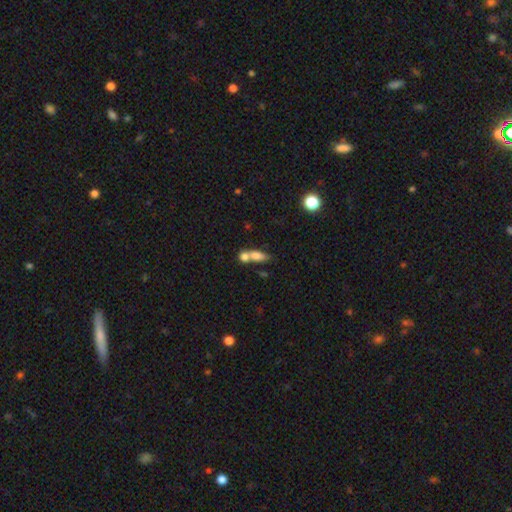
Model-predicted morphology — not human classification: This appears to be a smooth galaxy with no disk features (74%) that is in between round and cigar-shaped (68%). Merging: merger (62%).